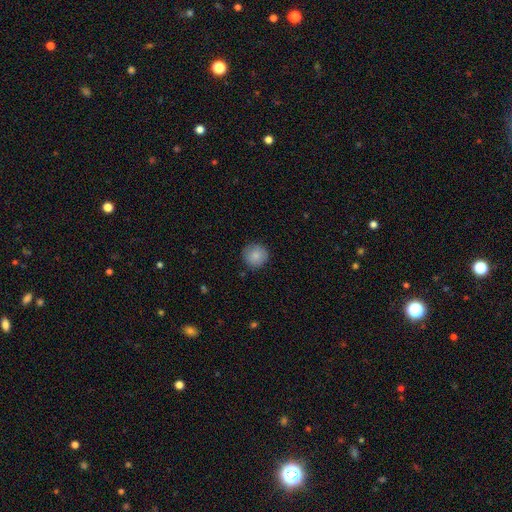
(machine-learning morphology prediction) This appears to be a smooth galaxy with no disk features (87%) that is round (93%). Merging: none (88%).